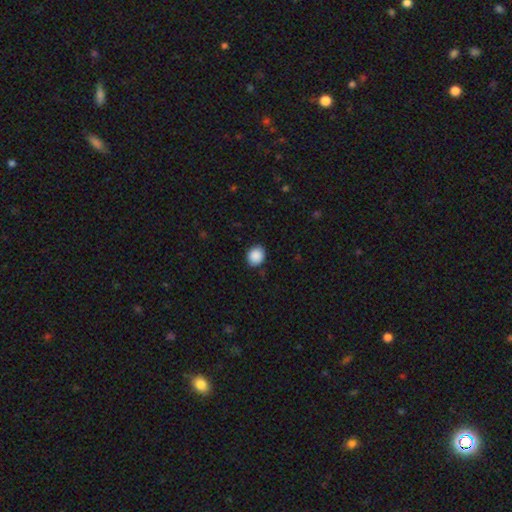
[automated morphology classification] Smooth or featured? smooth (89%)
How rounded? round (70%)
Merging? none (88%)